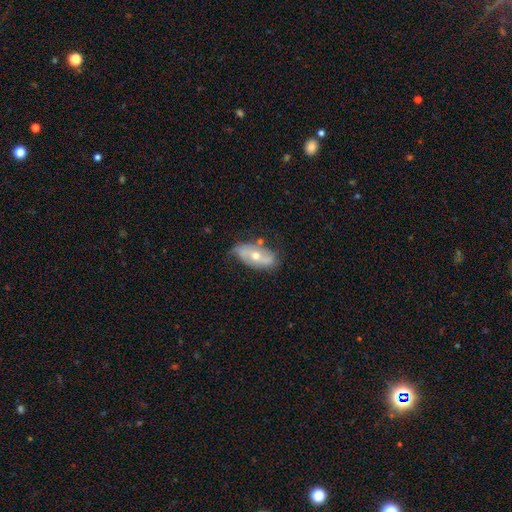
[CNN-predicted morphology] This appears to be a featured or disk galaxy (60%) with no bar (61%), spiral arms (64%) and a moderate central bulge (65%). Merging: none (64%).